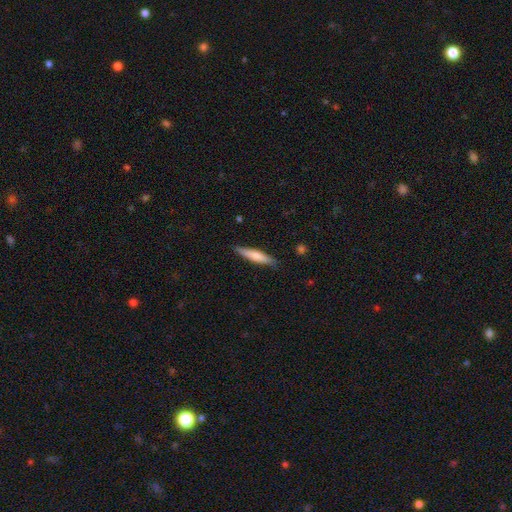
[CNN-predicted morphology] The model was most divided on "smooth or featured": smooth: 71%, featured or disk: 23%, star or artifact: 6%. More confident: merging — none (87%); how rounded — cigar-shaped (86%).